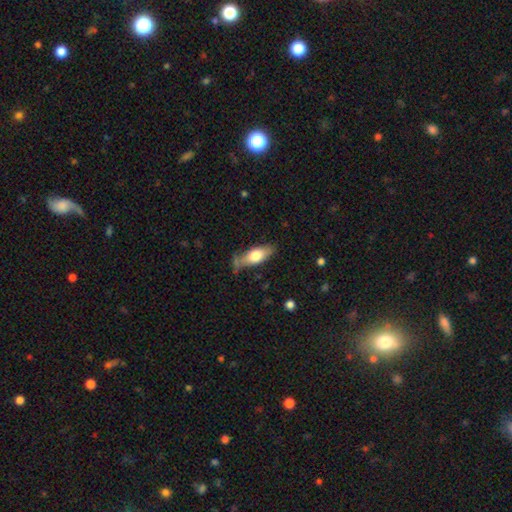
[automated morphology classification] Smooth or featured? Predicted: smooth (p=0.67). How rounded? Predicted: in between (p=0.71). Merging? Predicted: none (p=0.64).